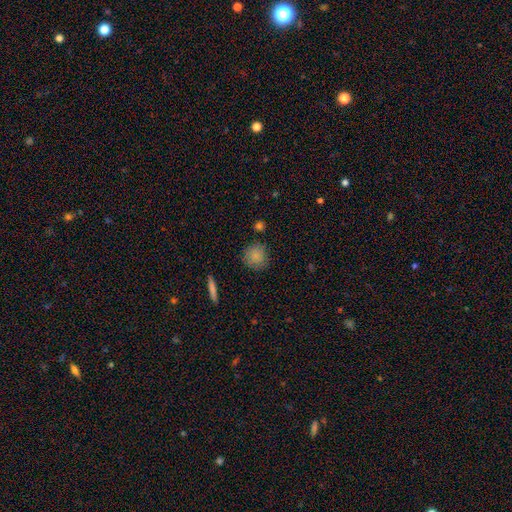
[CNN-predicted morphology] The model was most divided on "merging": none: 82%, minor disturbance: 13%, major disturbance: 3%, merger: 3%. More confident: how rounded — round (90%); smooth or featured — smooth (83%).